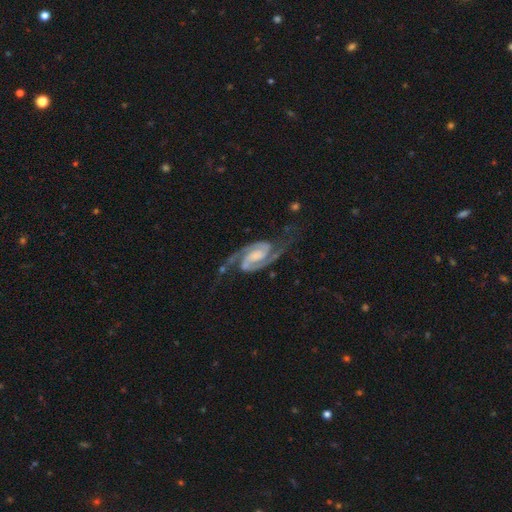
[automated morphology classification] The model was most divided on "bar": weak: 40%, no: 38%, strong: 22%. Remaining: spiral arms — yes (99%); edge-on disk — no (98%); spiral arm count — 2 (94%); smooth or featured — featured or disk (93%); merging — none (69%); spiral winding — medium (54%); bulge size — none (33%).